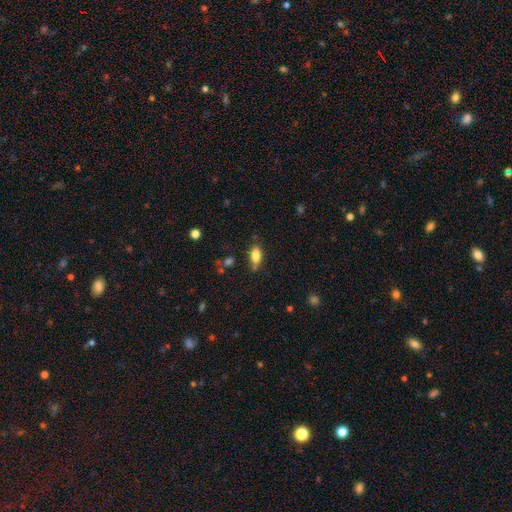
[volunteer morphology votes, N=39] This appears to be a smooth galaxy with no disk features (90%) that is in between round and cigar-shaped (66%). Merging: none (57%).